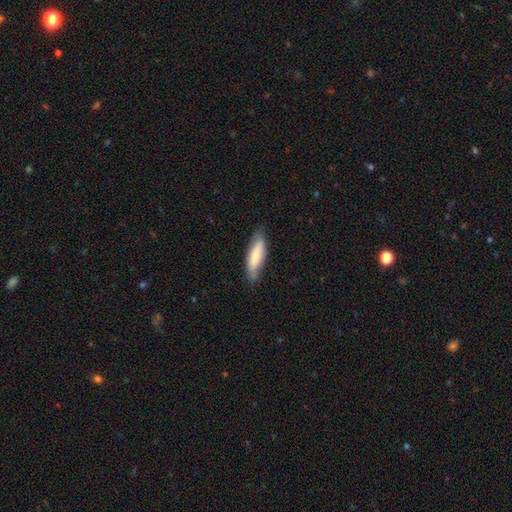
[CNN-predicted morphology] smooth 74%, featured or disk 21%, star or artifact 6%. Down the decision tree: how rounded — cigar-shaped (49%, tied with in between); merging — none (73%).